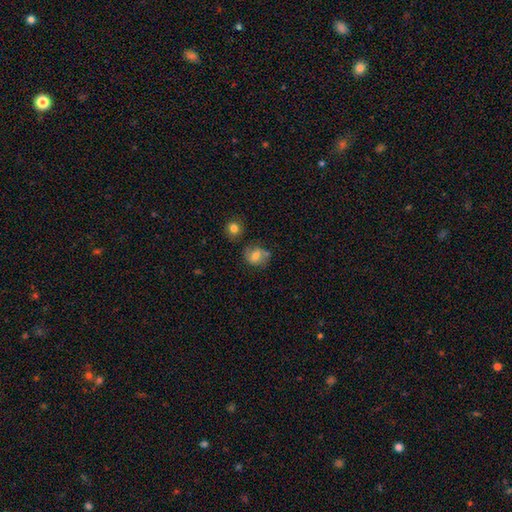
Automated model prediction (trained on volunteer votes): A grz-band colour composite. It shows a smooth galaxy with no disk features (55%) that is round (65%). Merging: none (64%).